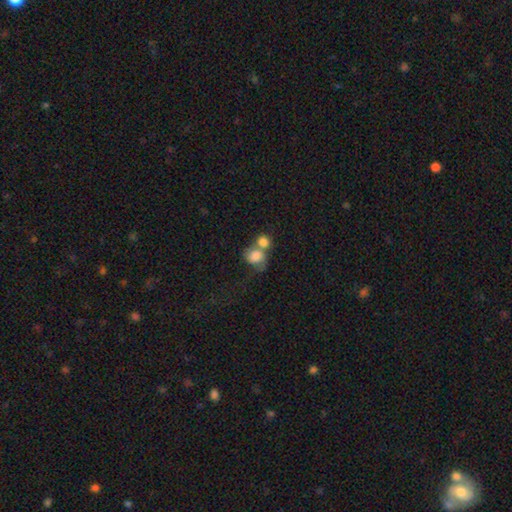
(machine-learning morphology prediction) smooth_or_featured: smooth (p=0.77) [alt: featured or disk p=0.15]
how_rounded: round (p=0.68) [alt: in between p=0.31]
merging: merger (p=0.64) [alt: none p=0.19]